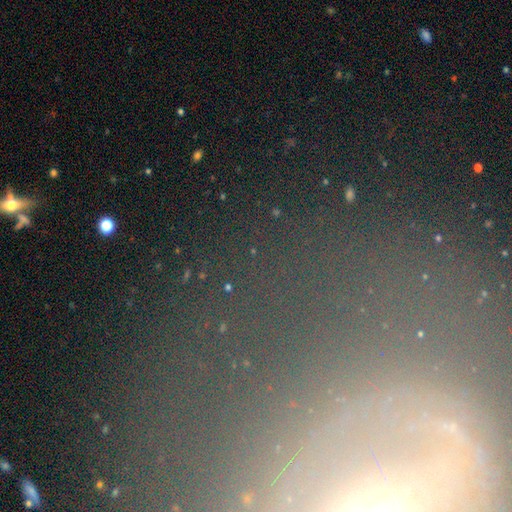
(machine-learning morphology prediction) Q: Smooth or featured?
A: star or artifact (51%); runner-up: featured or disk (29%)